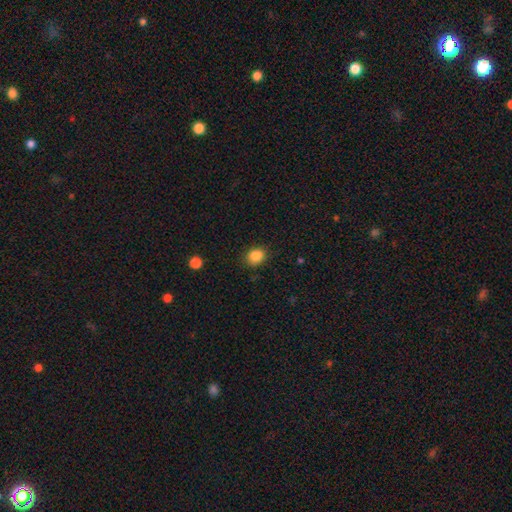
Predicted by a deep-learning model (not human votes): Smooth or featured: smooth — 86% (star or artifact — 10%)
How rounded: round — 53% (in between — 46%)
Merging: none — 81% (minor disturbance — 14%)